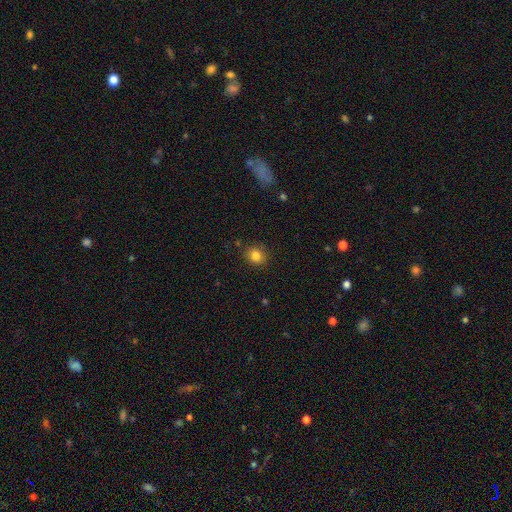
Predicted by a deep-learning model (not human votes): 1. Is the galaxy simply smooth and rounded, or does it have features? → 83% smooth, 12% star or artifact, 6% featured or disk.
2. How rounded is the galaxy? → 79% round, 20% in between, 1% cigar-shaped.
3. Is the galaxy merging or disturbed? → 87% none, 9% minor disturbance, 2% major disturbance, 2% merger.